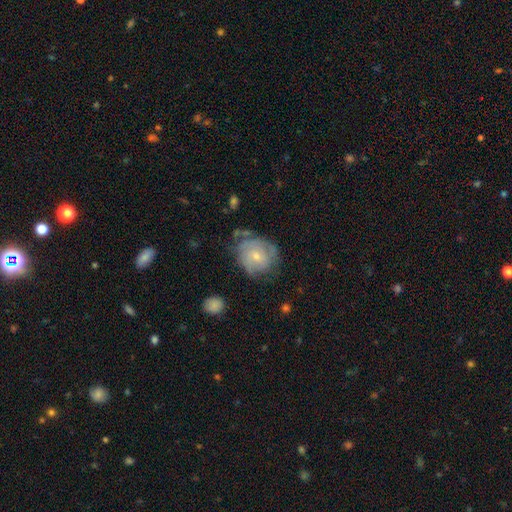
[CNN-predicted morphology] The model was most divided on "smooth or featured": featured or disk: 51%, smooth: 41%, star or artifact: 7%. More confident: edge-on disk — no (97%); merging — none (52%).